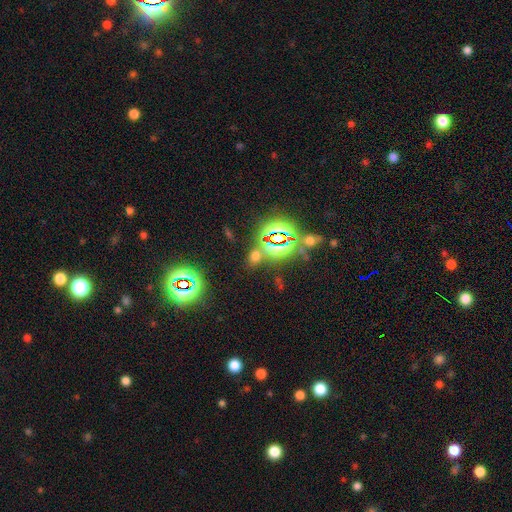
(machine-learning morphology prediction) Smooth or featured?
  - star or artifact: 51% *
  - smooth: 42%
  - featured or disk: 7%